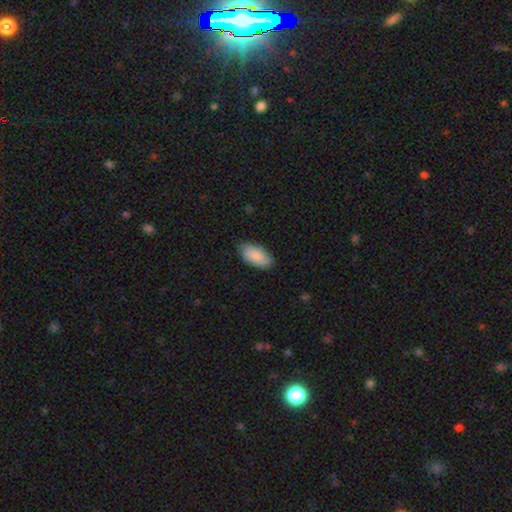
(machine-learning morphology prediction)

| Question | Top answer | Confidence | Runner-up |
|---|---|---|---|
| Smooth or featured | smooth | 88% | featured or disk (7%) |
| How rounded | in between | 93% | cigar-shaped (5%) |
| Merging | none | 83% | minor disturbance (14%) |